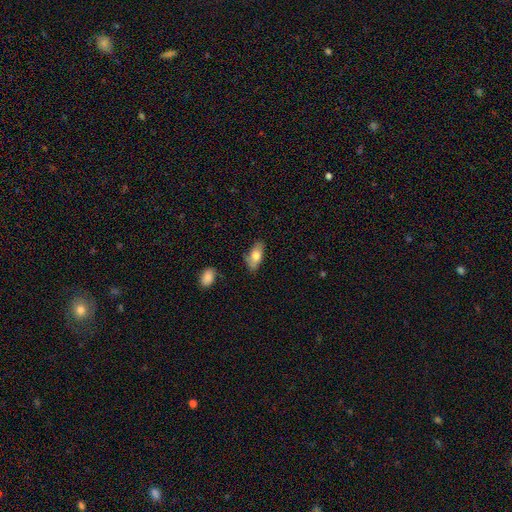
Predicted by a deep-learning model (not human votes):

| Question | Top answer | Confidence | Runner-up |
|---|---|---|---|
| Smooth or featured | smooth | 74% | featured or disk (19%) |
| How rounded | in between | 86% | cigar-shaped (11%) |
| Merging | none | 74% | minor disturbance (20%) |